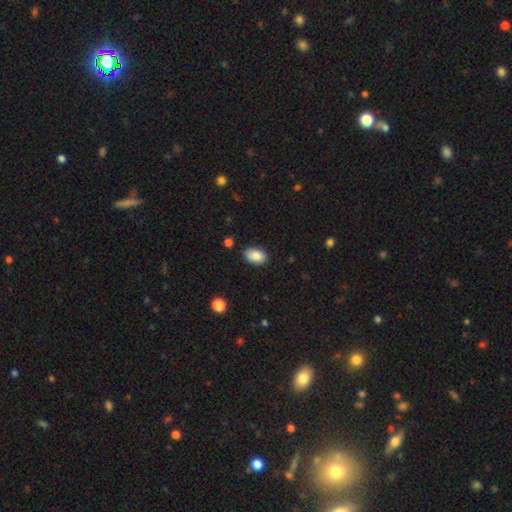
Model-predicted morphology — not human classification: This is clearly a smooth galaxy (87%). How rounded: clearly in between (89%). Merging: clearly none (81%).